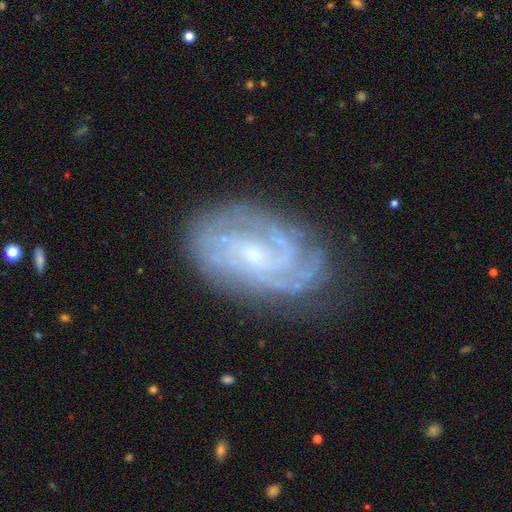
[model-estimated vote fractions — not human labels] smooth_or_featured: featured or disk (p=0.84) [alt: smooth p=0.09]
disk_edge_on: no (p=0.96) [alt: yes p=0.04]
bar: no (p=0.55) [alt: weak p=0.36]
has_spiral_arms: yes (p=0.96) [alt: no p=0.04]
spiral_winding: tight (p=0.67) [alt: medium p=0.27]
spiral_arm_count: can't tell (p=0.33) [alt: 4 p=0.20]
bulge_size: small (p=0.73) [alt: moderate p=0.20]
merging: none (p=0.75) [alt: minor disturbance p=0.17]